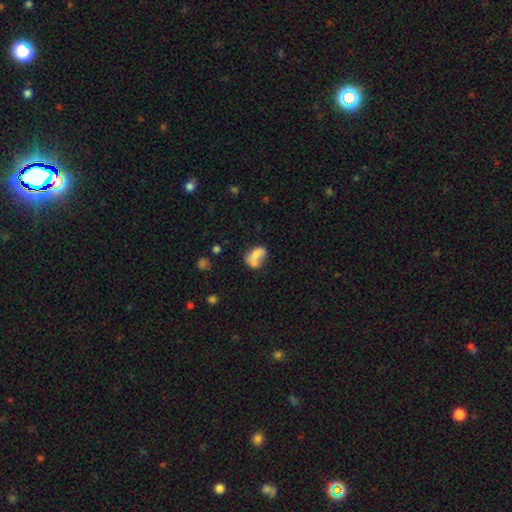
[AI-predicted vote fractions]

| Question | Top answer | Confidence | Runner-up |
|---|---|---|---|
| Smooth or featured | smooth | 68% | featured or disk (23%) |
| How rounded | in between | 79% | round (19%) |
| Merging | merger | 50% | none (25%) |